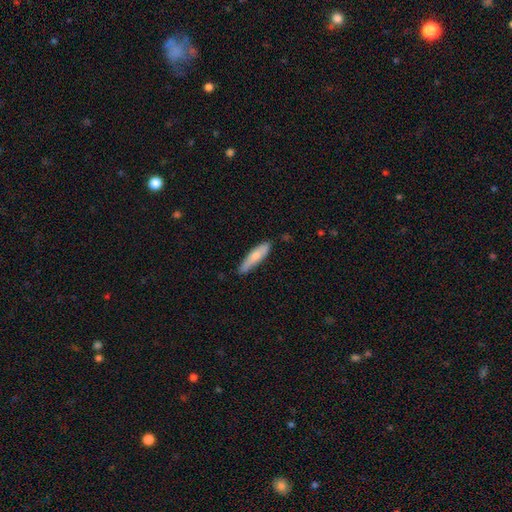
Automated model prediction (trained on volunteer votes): Morphology: type=smooth (69%); roundness=cigar-shaped (75%); merging=none (81%).